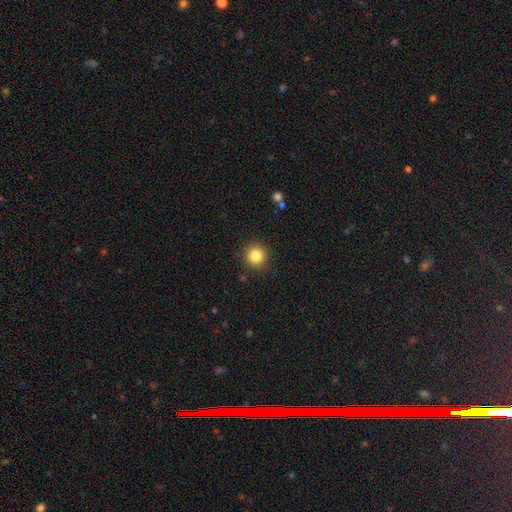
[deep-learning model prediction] This is clearly a smooth galaxy (85%). How rounded: clearly round (94%). Merging: clearly none (90%).